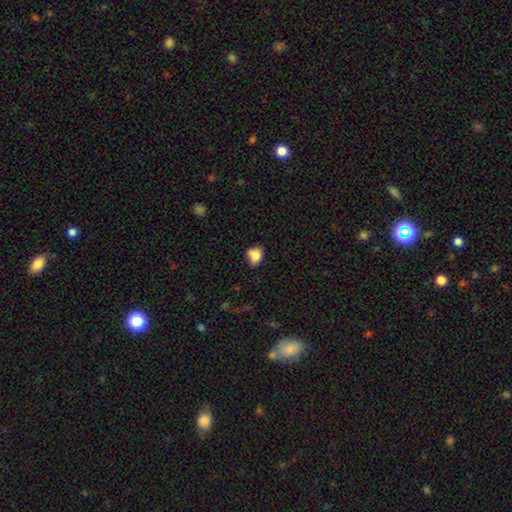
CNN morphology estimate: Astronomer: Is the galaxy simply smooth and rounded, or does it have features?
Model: smooth — 82%.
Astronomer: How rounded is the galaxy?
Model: in between — 53% (runner-up: round, 46%).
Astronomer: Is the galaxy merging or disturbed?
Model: none — 47% (runner-up: minor disturbance, 34%).